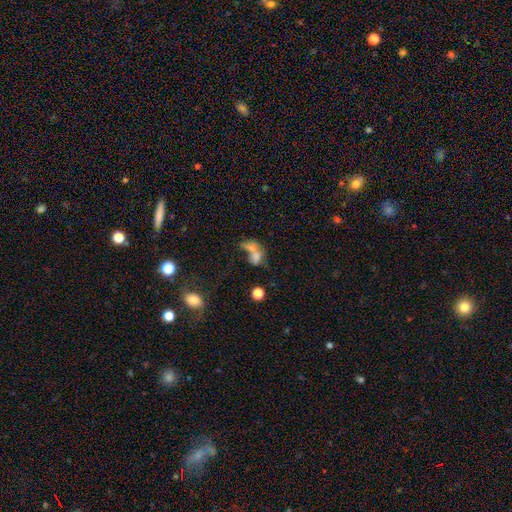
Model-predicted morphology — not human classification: Smooth or featured?
  - smooth: 61% *
  - featured or disk: 23%
  - star or artifact: 16%
How rounded?
  - in between: 70% *
  - round: 25%
  - cigar-shaped: 5%
Merging?
  - merger: 59% *
  - none: 20%
  - major disturbance: 12%
  - minor disturbance: 9%